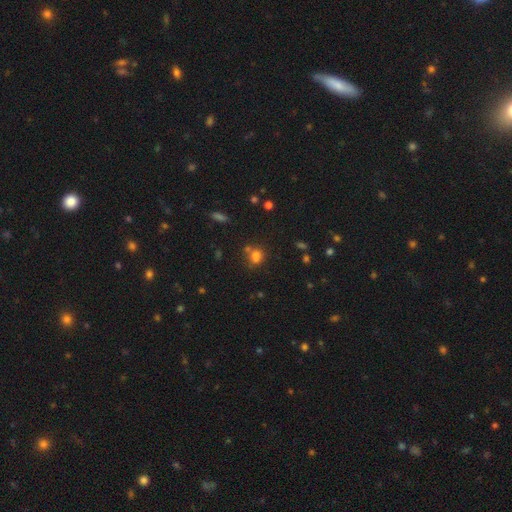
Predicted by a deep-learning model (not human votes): Q: Smooth or featured?
A: smooth (72%); runner-up: star or artifact (19%)
Q: How rounded?
A: round (57%); runner-up: in between (41%)
Q: Merging?
A: none (51%); runner-up: merger (28%)